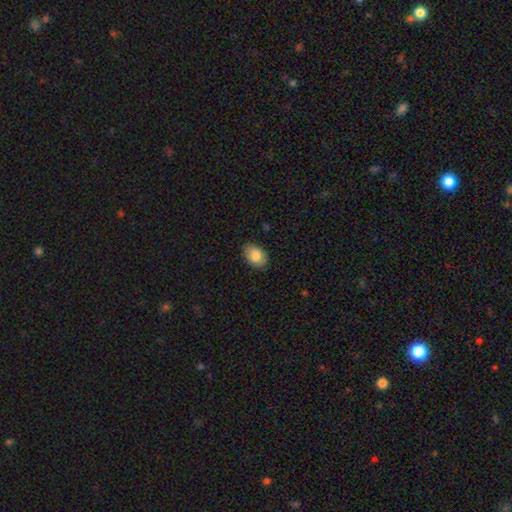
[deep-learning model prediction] smooth 86%, featured or disk 7%, star or artifact 7%. Down the decision tree: how rounded — in between (84%); merging — none (86%).